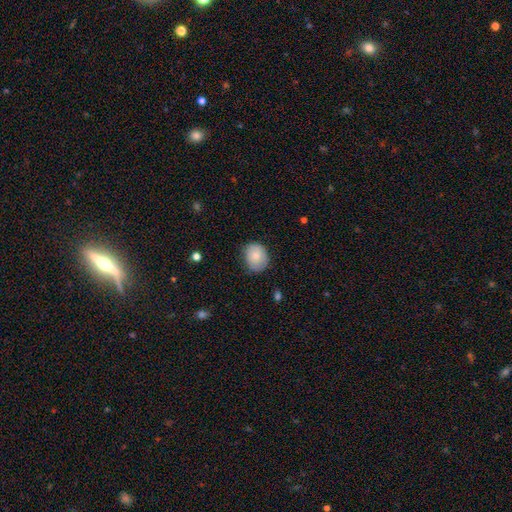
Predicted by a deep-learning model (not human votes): Morphology: type=smooth (81%); roundness=round (56%); merging=none (72%).